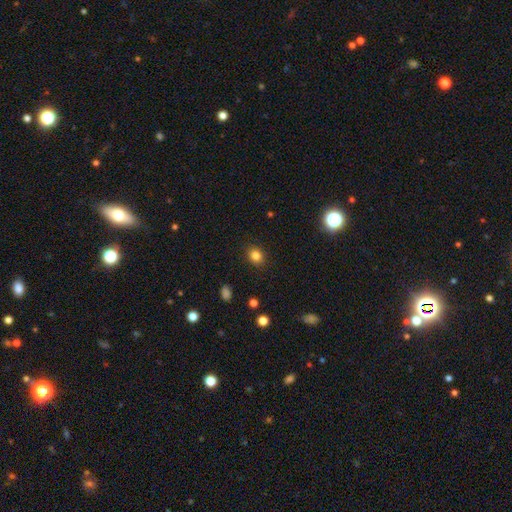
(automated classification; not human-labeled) smooth-or-featured: smooth: 82% | star or artifact: 12% | featured or disk: 5%
  how-rounded: round: 67% | in between: 32% | cigar-shaped: 1%
  merging: none: 89% | minor disturbance: 7% | major disturbance: 2% | merger: 1%